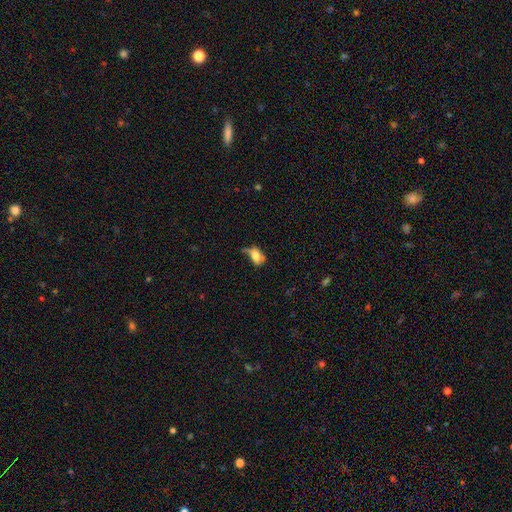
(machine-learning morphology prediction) Q: Smooth or featured?
A: smooth (62%); runner-up: featured or disk (28%)
Q: How rounded?
A: in between (82%); runner-up: round (14%)
Q: Merging?
A: major disturbance (36%); runner-up: minor disturbance (31%)